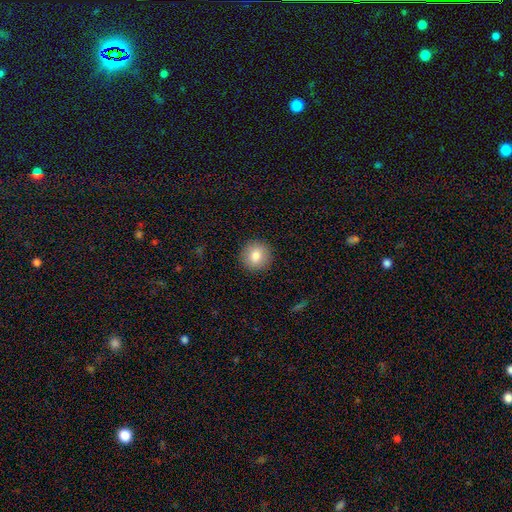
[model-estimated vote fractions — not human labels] smooth_or_featured: smooth (p=0.83) [alt: featured or disk p=0.09]
how_rounded: round (p=0.94) [alt: in between p=0.05]
merging: none (p=0.92) [alt: minor disturbance p=0.06]